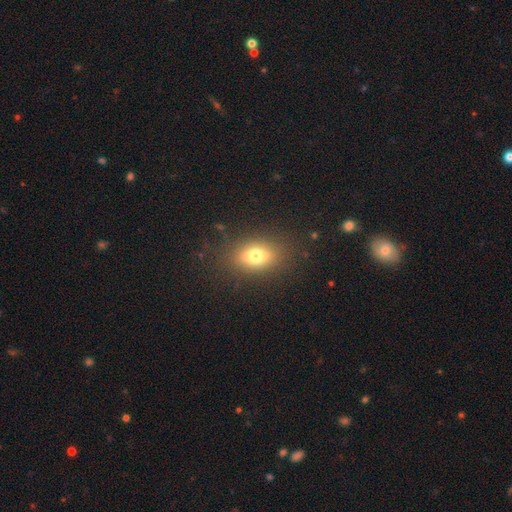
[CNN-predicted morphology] Smooth or featured? smooth (73%)
How rounded? in between (76%)
Merging? none (84%)